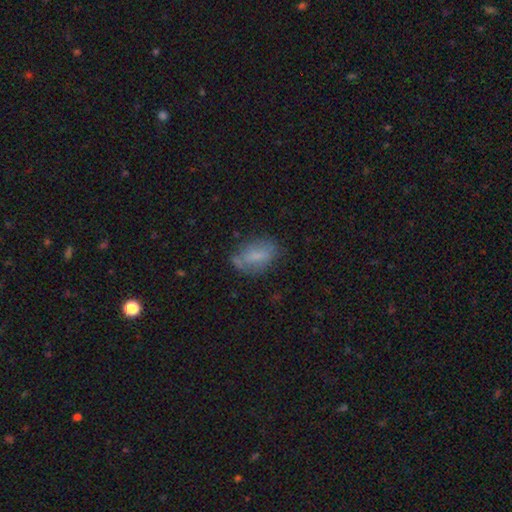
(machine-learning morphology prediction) smooth 65%, featured or disk 25%, star or artifact 9%. Down the decision tree: how rounded — in between (87%); merging — none (61%).